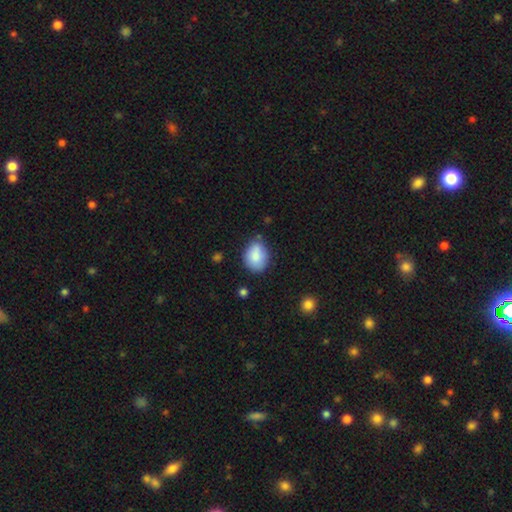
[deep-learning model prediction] A smooth galaxy with no disk features (83%) that is in between round and cigar-shaped (58%). Merging: none (64%).